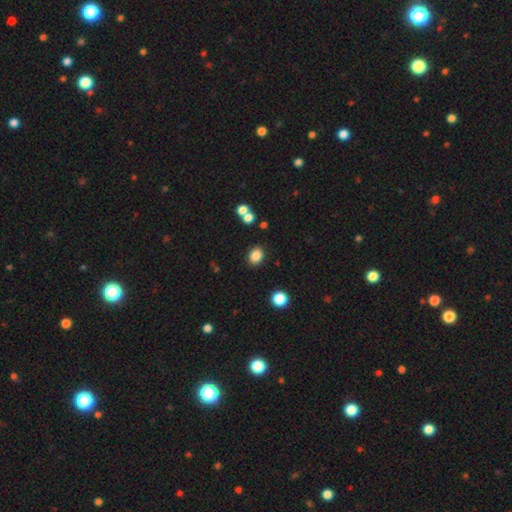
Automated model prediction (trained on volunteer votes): Smooth or featured: smooth — 84% (star or artifact — 11%)
How rounded: round — 52% (in between — 48%)
Merging: none — 85% (minor disturbance — 8%)